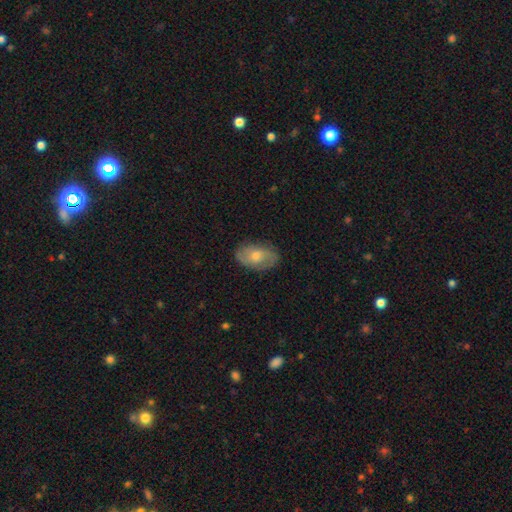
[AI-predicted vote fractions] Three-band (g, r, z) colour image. It shows a smooth galaxy with no disk features (46%, tied with featured or disk). Merging: none (82%).